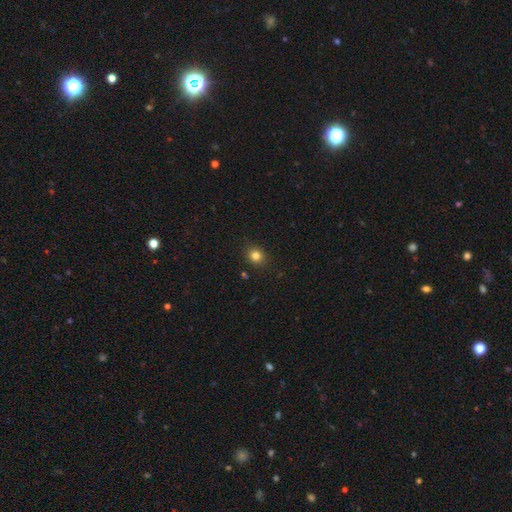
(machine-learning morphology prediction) The model was most divided on "how rounded": round: 70%, in between: 29%, cigar-shaped: 1%. More confident: merging — none (87%); smooth or featured — smooth (82%).